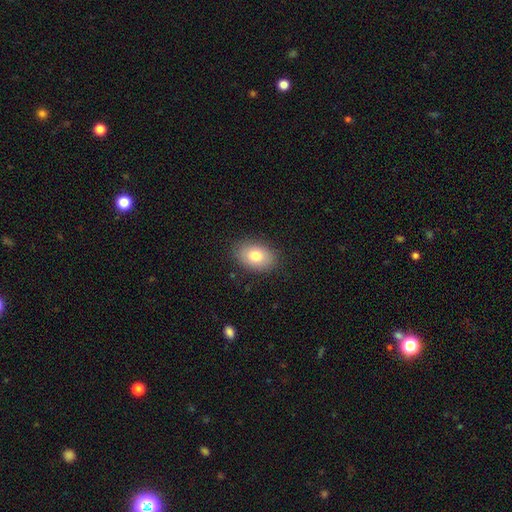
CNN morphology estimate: Q: Smooth or featured?
A: smooth (79%); runner-up: featured or disk (13%)
Q: How rounded?
A: in between (82%); runner-up: round (17%)
Q: Merging?
A: none (86%); runner-up: minor disturbance (11%)